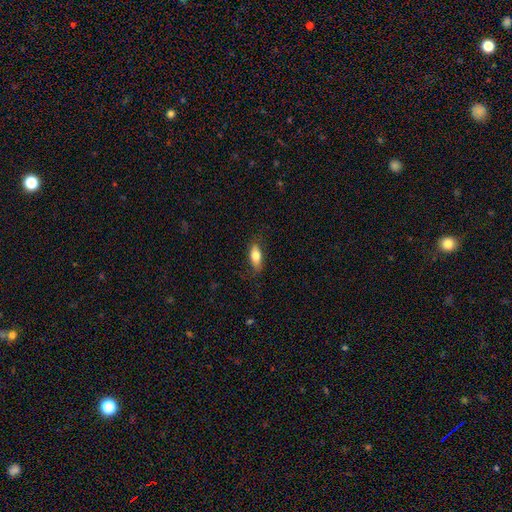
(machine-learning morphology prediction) Smooth or featured? smooth (75%)
How rounded? in between (79%)
Merging? none (80%)